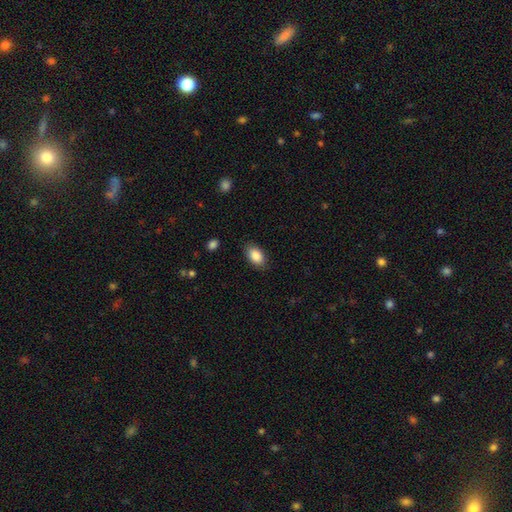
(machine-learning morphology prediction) This is clearly a smooth galaxy (88%). How rounded: clearly in between (91%). Merging: clearly none (84%).